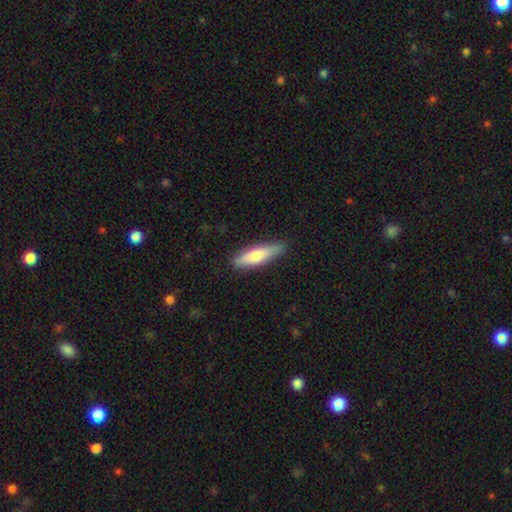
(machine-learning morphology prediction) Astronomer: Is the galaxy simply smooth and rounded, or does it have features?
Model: smooth — 69%.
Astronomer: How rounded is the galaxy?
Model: cigar-shaped — 70%.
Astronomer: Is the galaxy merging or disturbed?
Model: none — 86%.